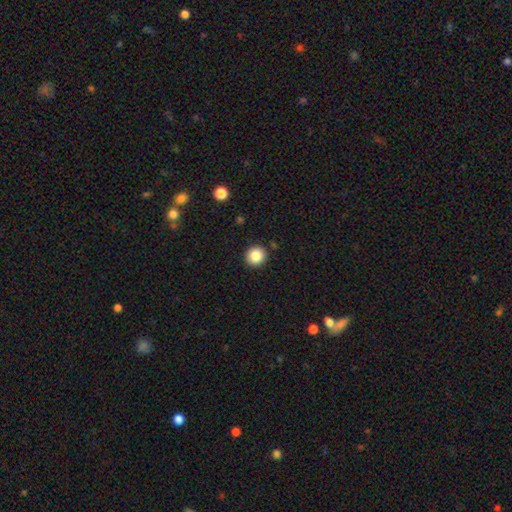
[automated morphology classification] smooth 86%, star or artifact 10%, featured or disk 5%. Down the decision tree: how rounded — round (93%); merging — none (91%).